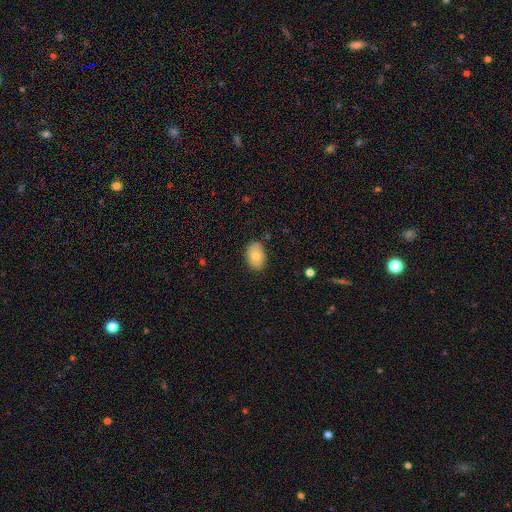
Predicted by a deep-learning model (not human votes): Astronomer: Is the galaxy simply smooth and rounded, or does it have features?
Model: smooth — 76%.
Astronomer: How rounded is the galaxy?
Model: in between — 80%.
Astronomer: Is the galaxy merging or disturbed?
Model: none — 86%.